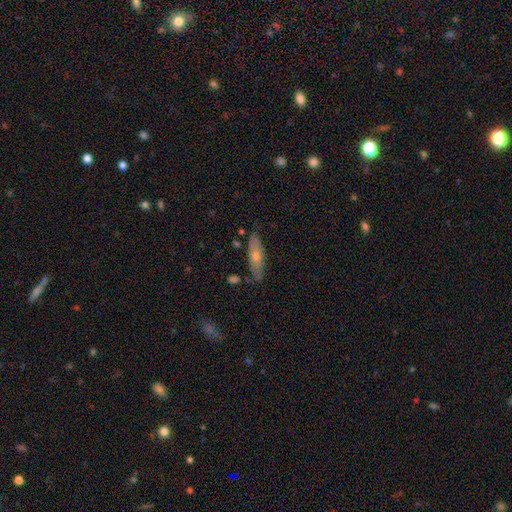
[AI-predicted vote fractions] Q: Smooth or featured?
A: featured or disk (48%); runner-up: smooth (44%)
Q: Merging?
A: none (80%); runner-up: minor disturbance (15%)